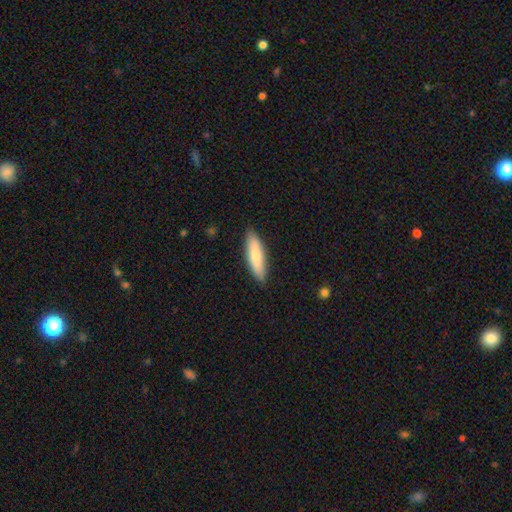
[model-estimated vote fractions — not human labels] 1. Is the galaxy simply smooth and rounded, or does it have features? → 75% smooth, 20% featured or disk, 5% star or artifact.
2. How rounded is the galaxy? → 63% cigar-shaped, 35% in between, 2% round.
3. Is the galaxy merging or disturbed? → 87% none, 10% minor disturbance, 2% major disturbance, 1% merger.